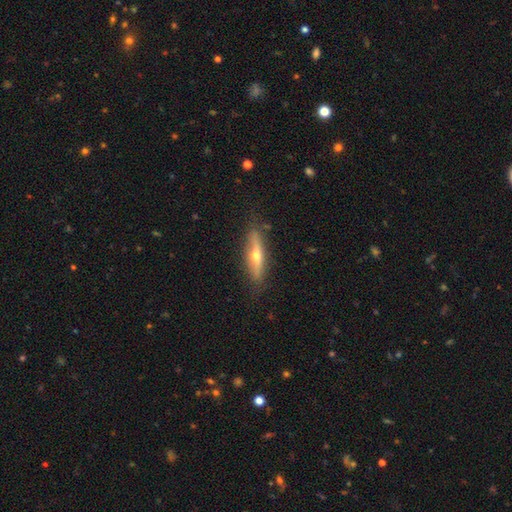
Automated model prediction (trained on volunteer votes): Smooth or featured?
  - featured or disk: 58% *
  - smooth: 36%
  - star or artifact: 6%
Edge-on disk?
  - yes: 88% *
  - no: 12%
Edge-on bulge?
  - rounded: 91% *
  - none: 7%
  - boxy: 3%
Merging?
  - none: 83% *
  - minor disturbance: 13%
  - major disturbance: 3%
  - merger: 1%